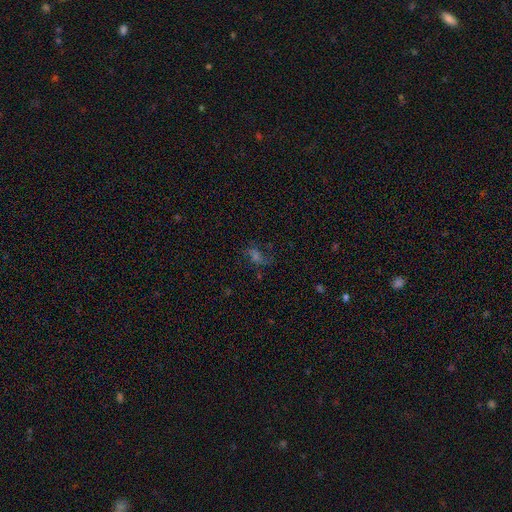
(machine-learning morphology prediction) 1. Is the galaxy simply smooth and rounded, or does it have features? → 40% featured or disk, 31% star or artifact, 29% smooth.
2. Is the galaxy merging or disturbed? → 61% none, 18% major disturbance, 18% minor disturbance, 3% merger.